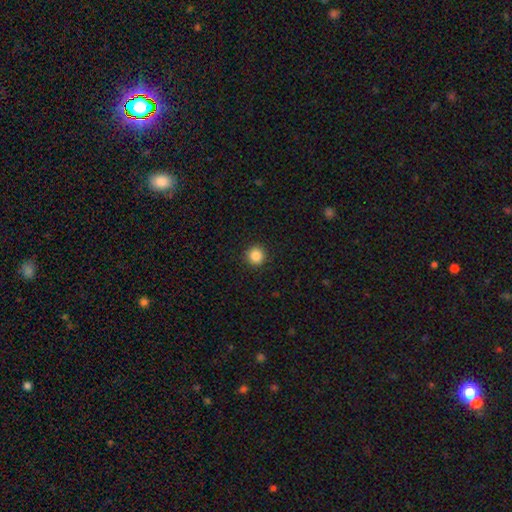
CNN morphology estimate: Smooth or featured?
  - smooth: 86% *
  - star or artifact: 10%
  - featured or disk: 4%
How rounded?
  - round: 95% *
  - in between: 4%
  - cigar-shaped: 1%
Merging?
  - none: 93% *
  - minor disturbance: 5%
  - major disturbance: 2%
  - merger: 1%